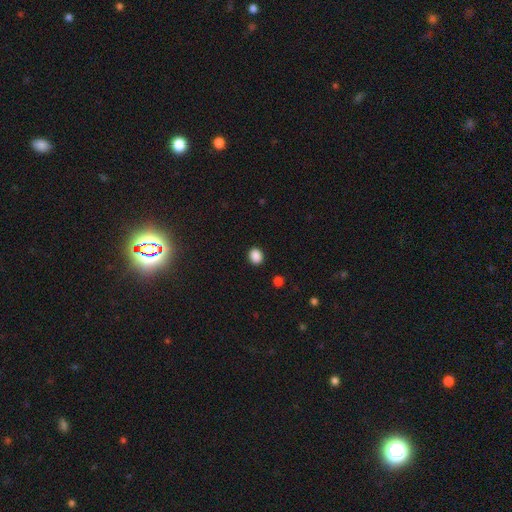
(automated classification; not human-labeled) The model was most divided on "how rounded": round: 59%, in between: 41%, cigar-shaped: 1%. More confident: merging — none (90%); smooth or featured — smooth (88%).